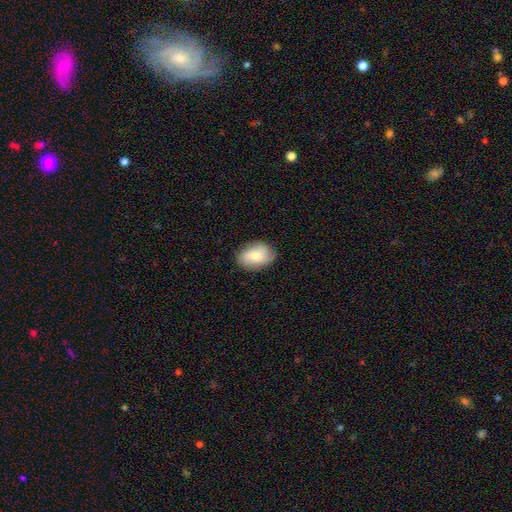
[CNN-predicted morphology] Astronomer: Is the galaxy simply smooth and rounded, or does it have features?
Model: smooth — 64%.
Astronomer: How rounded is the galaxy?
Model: in between — 80%.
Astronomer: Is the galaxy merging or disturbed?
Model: none — 81%.